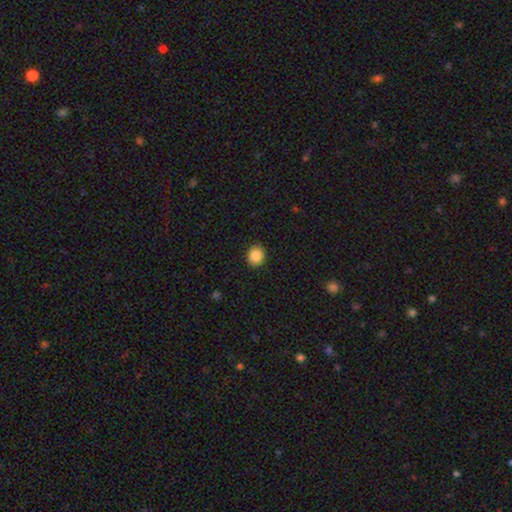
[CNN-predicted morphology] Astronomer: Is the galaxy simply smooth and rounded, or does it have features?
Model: smooth — 86%.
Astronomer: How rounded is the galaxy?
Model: round — 76%.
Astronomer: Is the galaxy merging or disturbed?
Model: none — 92%.